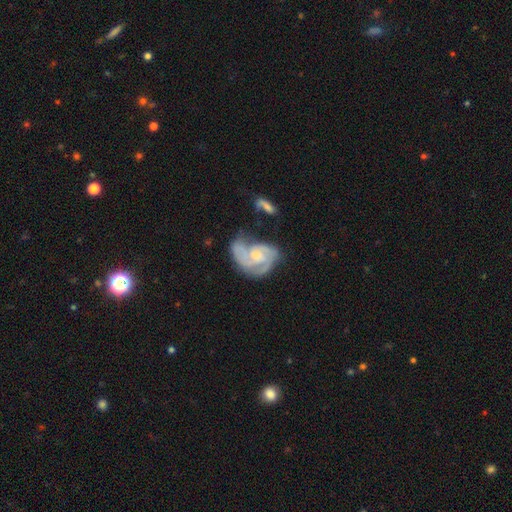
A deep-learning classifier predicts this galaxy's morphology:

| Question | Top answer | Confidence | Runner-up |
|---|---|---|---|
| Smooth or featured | featured or disk | 84% | smooth (11%) |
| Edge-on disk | no | 98% | yes (2%) |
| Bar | no | 62% | weak (33%) |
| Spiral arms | yes | 95% | no (5%) |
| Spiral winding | tight | 45% | medium (43%) |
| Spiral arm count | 2 | 38% | 3 (33%) |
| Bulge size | small | 50% | moderate (38%) |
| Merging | none | 39% | minor disturbance (26%) |